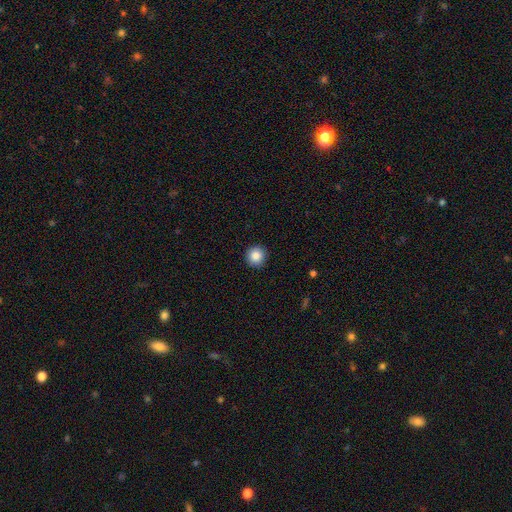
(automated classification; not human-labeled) Q: Smooth or featured?
A: smooth (87%); runner-up: star or artifact (9%)
Q: How rounded?
A: round (95%); runner-up: in between (4%)
Q: Merging?
A: none (93%); runner-up: minor disturbance (5%)